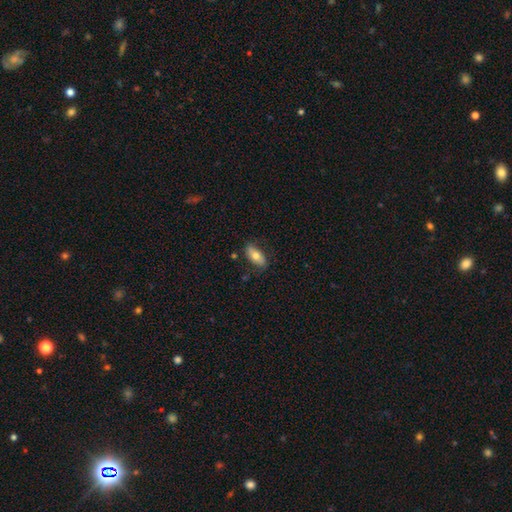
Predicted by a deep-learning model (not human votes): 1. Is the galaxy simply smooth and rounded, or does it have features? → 72% smooth, 22% featured or disk, 6% star or artifact.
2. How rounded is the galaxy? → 85% in between, 12% cigar-shaped, 3% round.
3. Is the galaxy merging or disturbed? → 80% none, 15% minor disturbance, 3% major disturbance, 2% merger.